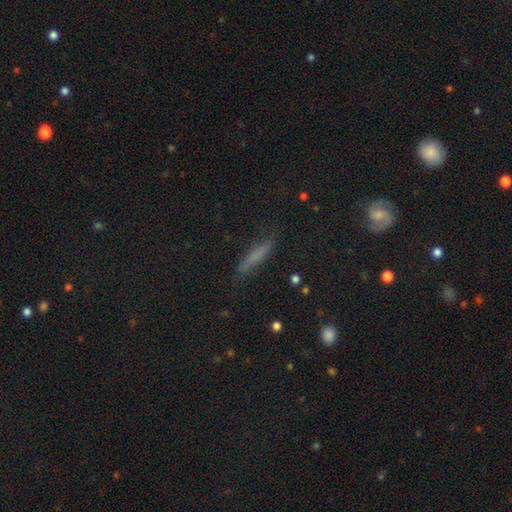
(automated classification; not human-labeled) A smooth galaxy with no disk features (57%) that is cigar-shaped (86%). Merging: none (79%).